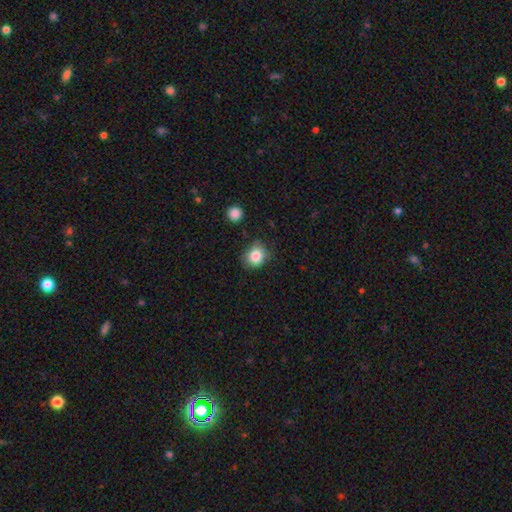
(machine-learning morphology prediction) type=smooth (84%); roundness=round (76%); merging=none (71%).